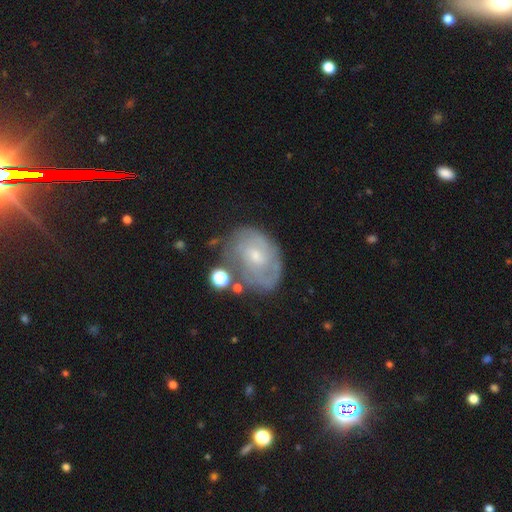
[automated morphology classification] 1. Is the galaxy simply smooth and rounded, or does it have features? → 73% featured or disk, 20% smooth, 8% star or artifact.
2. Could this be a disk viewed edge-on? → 97% no, 3% yes.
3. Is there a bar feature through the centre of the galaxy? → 58% no, 37% weak, 5% strong.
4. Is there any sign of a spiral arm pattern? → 84% yes, 16% no.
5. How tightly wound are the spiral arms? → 57% tight, 31% medium, 11% loose.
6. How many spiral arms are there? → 45% can't tell, 31% 2, 11% 3, 6% 1, 4% 4, 3% more than 4.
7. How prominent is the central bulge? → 62% small, 33% moderate, 3% none, 2% large, 1% dominant.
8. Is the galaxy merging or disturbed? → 60% none, 23% minor disturbance, 11% major disturbance, 6% merger.